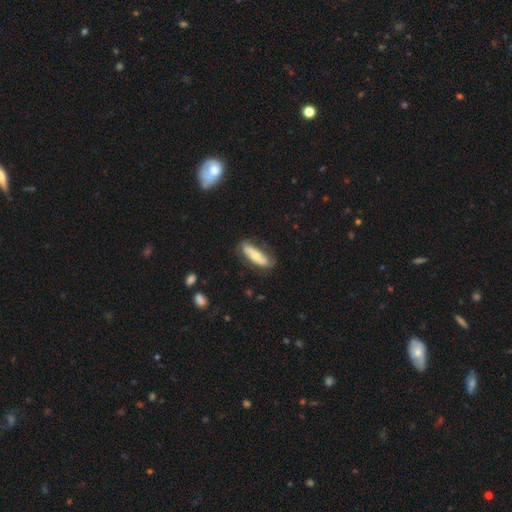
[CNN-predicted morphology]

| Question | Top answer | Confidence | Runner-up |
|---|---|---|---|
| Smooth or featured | smooth | 54% | featured or disk (40%) |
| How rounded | in between | 49% | tied: cigar-shaped (49%) |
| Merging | none | 74% | minor disturbance (19%) |